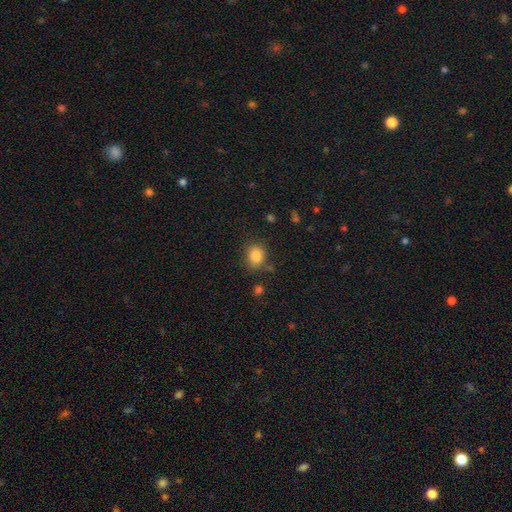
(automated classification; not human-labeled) A smooth galaxy with no disk features (85%) that is round (56%). Merging: none (76%).